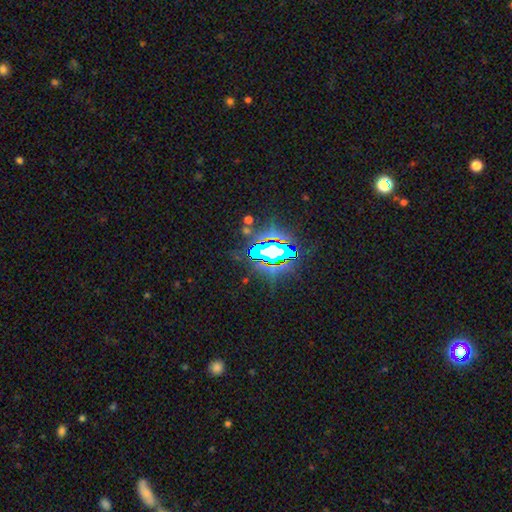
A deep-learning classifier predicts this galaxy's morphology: A star or artifact, not a galaxy (82%).